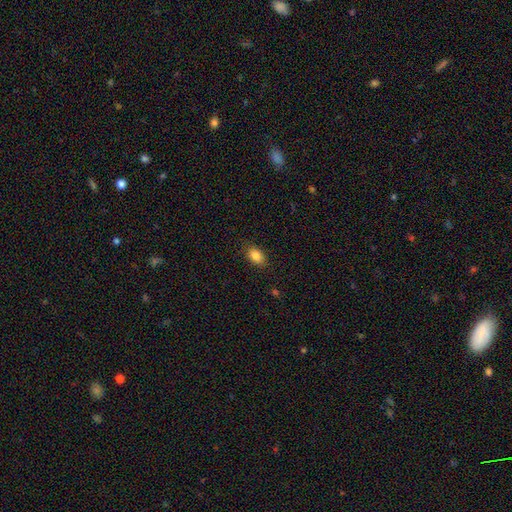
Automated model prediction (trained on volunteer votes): Smooth or featured? Predicted: smooth (p=0.85). How rounded? Predicted: in between (p=0.85). Merging? Predicted: none (p=0.86).